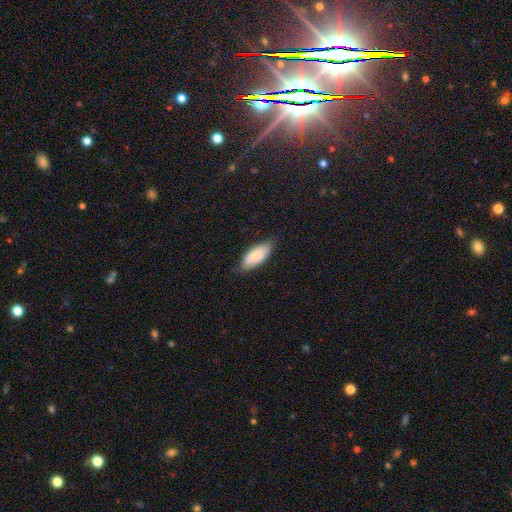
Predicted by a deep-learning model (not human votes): Smooth or featured: smooth — 83% (featured or disk — 12%)
How rounded: in between — 82% (cigar-shaped — 16%)
Merging: none — 77% (minor disturbance — 19%)